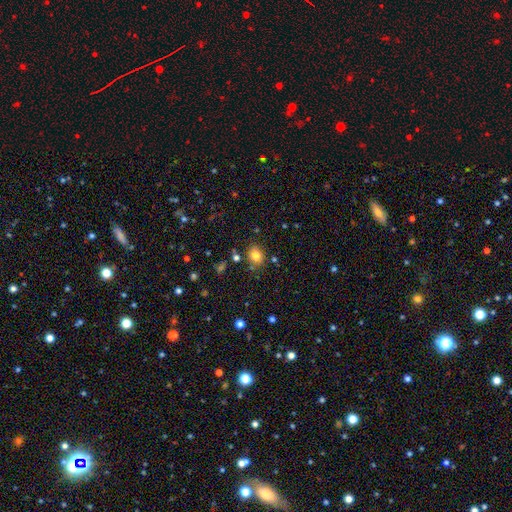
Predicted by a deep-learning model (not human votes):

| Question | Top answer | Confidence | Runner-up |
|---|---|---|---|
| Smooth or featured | smooth | 80% | star or artifact (13%) |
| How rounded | round | 59% | in between (41%) |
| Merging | none | 82% | minor disturbance (10%) |